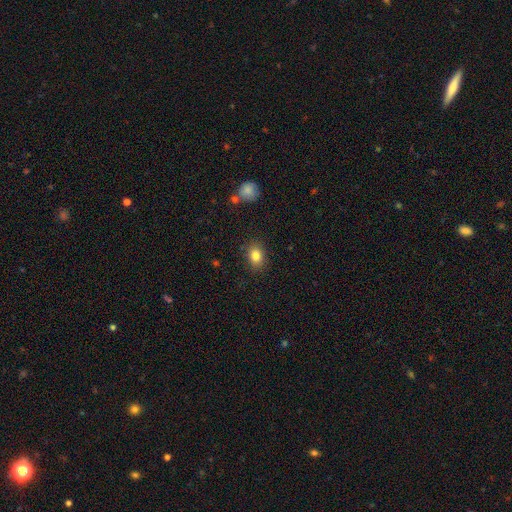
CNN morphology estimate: smooth-or-featured: smooth: 83% | star or artifact: 10% | featured or disk: 7%
  how-rounded: in between: 65% | round: 33% | cigar-shaped: 1%
  merging: none: 85% | minor disturbance: 10% | major disturbance: 3% | merger: 2%